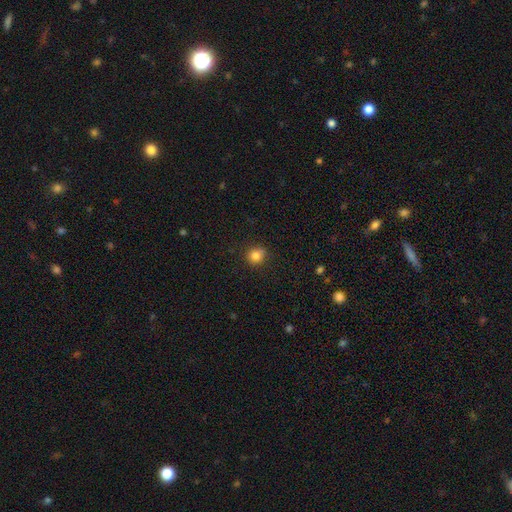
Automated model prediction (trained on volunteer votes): smooth 84%, star or artifact 11%, featured or disk 5%. Down the decision tree: how rounded — round (84%); merging — none (82%).